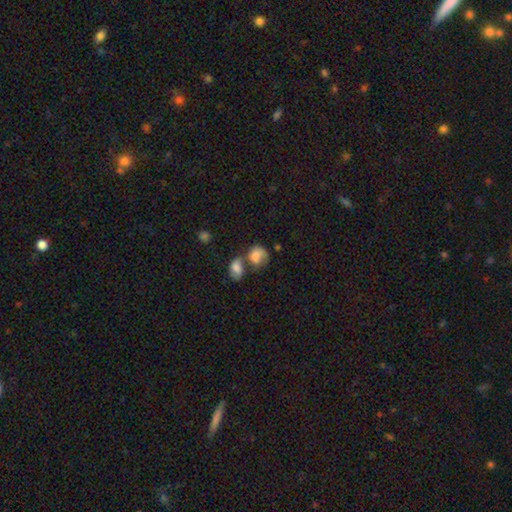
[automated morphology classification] smooth-or-featured: smooth: 74% | featured or disk: 17% | star or artifact: 9%
  how-rounded: in between: 51% | round: 48% | cigar-shaped: 1%
  merging: merger: 56% | none: 21% | minor disturbance: 13% | major disturbance: 11%